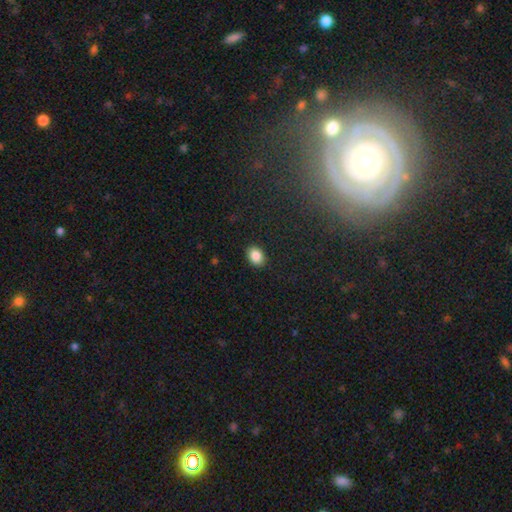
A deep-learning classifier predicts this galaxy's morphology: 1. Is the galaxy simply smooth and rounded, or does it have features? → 86% smooth, 9% star or artifact, 5% featured or disk.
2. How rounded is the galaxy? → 67% in between, 32% round, 1% cigar-shaped.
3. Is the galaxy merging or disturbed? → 89% none, 8% minor disturbance, 2% major disturbance, 1% merger.